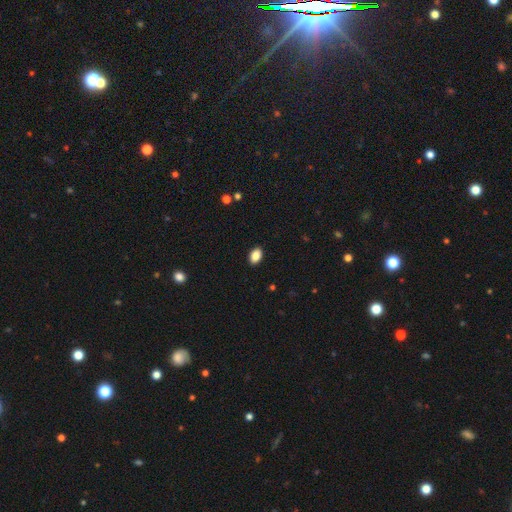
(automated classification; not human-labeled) Q: Smooth or featured?
A: smooth (88%); runner-up: star or artifact (8%)
Q: How rounded?
A: in between (88%); runner-up: round (10%)
Q: Merging?
A: none (91%); runner-up: minor disturbance (7%)